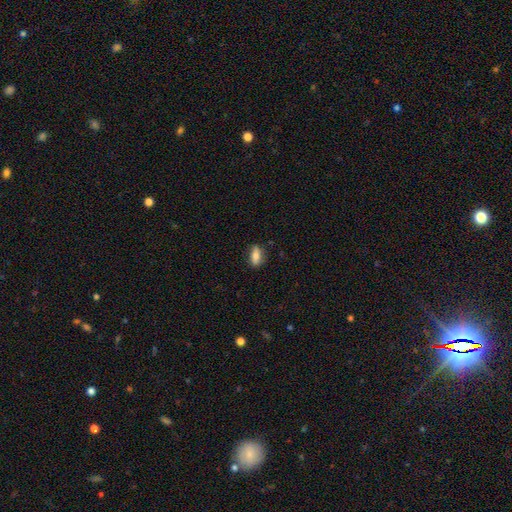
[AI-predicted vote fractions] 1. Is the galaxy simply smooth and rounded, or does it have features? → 72% smooth, 20% featured or disk, 7% star or artifact.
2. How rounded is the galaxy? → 74% in between, 21% cigar-shaped, 5% round.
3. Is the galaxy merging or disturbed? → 81% none, 15% minor disturbance, 3% major disturbance, 1% merger.